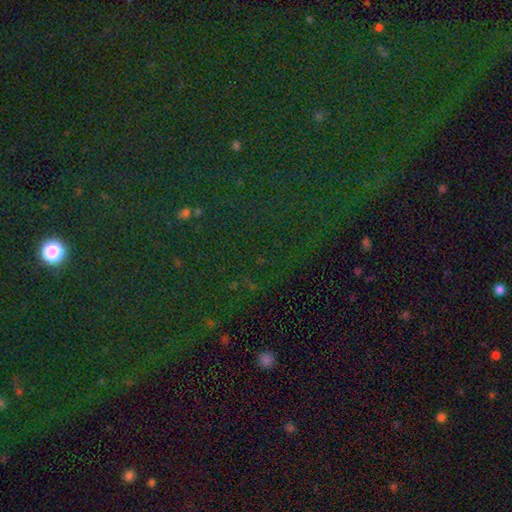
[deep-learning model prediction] Smooth or featured?
  - star or artifact: 82% *
  - smooth: 10%
  - featured or disk: 8%